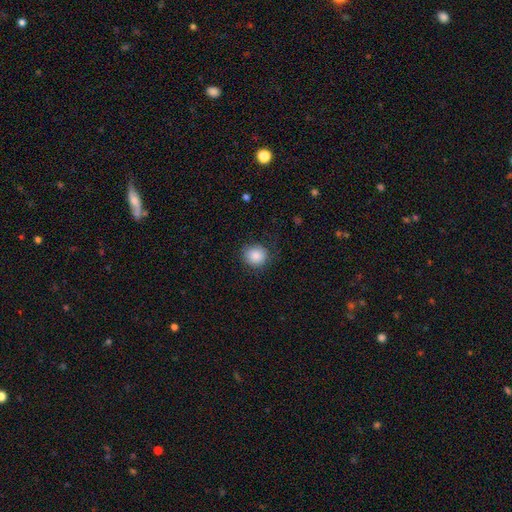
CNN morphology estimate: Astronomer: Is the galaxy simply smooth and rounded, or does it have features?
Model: smooth — 86%.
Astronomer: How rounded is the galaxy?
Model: round — 85%.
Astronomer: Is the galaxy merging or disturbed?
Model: none — 81%.